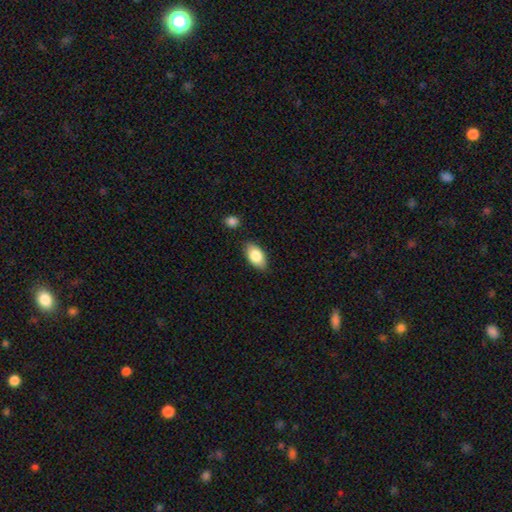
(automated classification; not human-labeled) The model was most divided on "merging": none: 84%, minor disturbance: 11%, merger: 3%, major disturbance: 2%. More confident: how rounded — in between (93%); smooth or featured — smooth (83%).